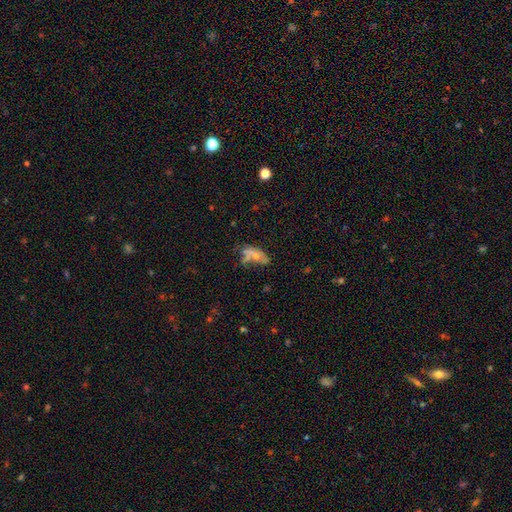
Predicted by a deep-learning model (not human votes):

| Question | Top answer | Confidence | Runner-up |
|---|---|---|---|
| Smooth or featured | smooth | 38% | tied: featured or disk (38%) |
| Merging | none | 35% | major disturbance (28%) |